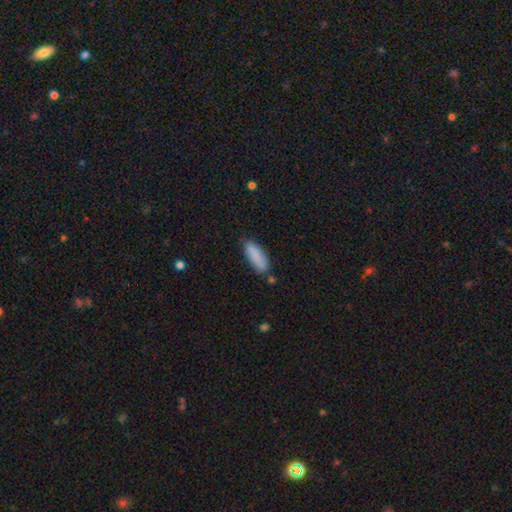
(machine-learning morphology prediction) This appears to be a smooth galaxy with no disk features (87%) that is in between round and cigar-shaped (67%). Merging: none (72%).